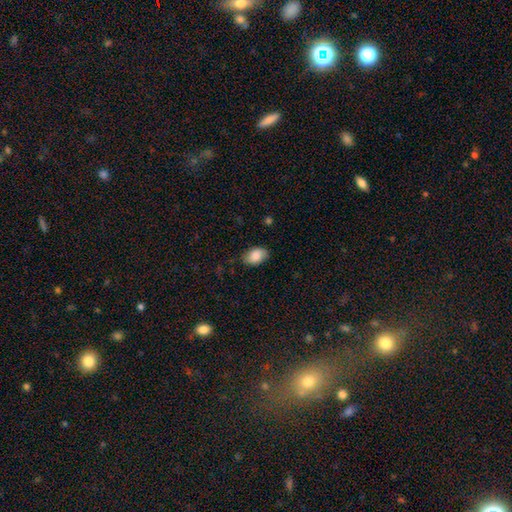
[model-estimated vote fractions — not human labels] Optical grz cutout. It shows a smooth galaxy with no disk features (86%) that is in between round and cigar-shaped (87%). Merging: none (81%).